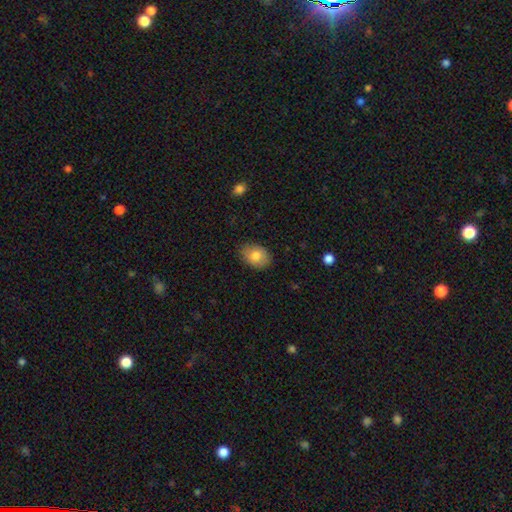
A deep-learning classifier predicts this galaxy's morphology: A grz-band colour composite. It shows a smooth galaxy with no disk features (79%) that is in between round and cigar-shaped (76%). Merging: none (84%).